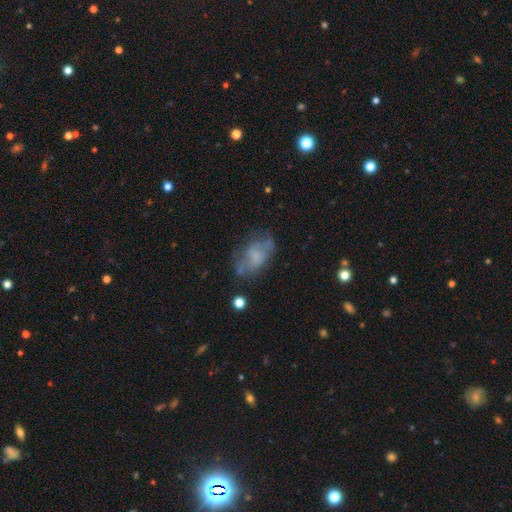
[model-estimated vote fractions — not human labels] smooth-or-featured: smooth: 48% | featured or disk: 41% | star or artifact: 11%
  merging: none: 48% | minor disturbance: 25% | major disturbance: 21% | merger: 6%